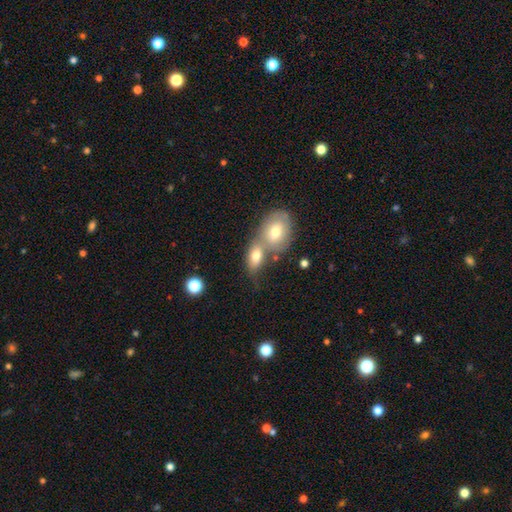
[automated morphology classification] Smooth or featured? Predicted: smooth (p=0.72). How rounded? Predicted: in between (p=0.83). Merging? Predicted: merger (p=0.59).